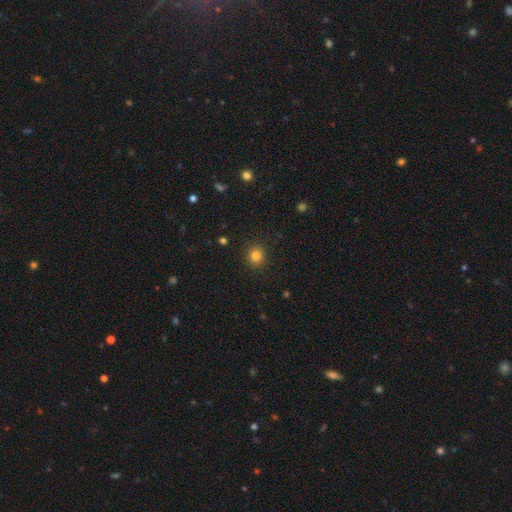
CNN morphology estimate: type=smooth (82%); roundness=round (87%); merging=none (90%).